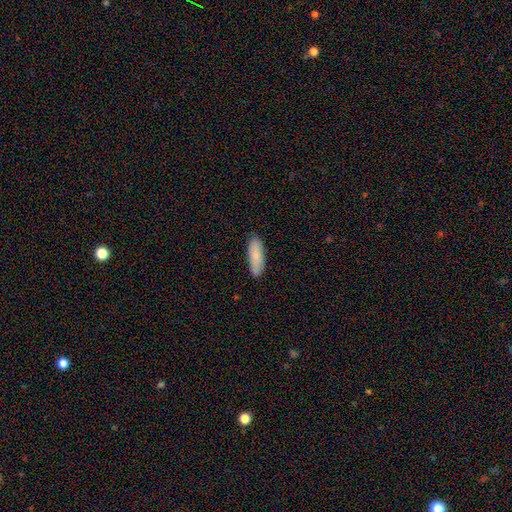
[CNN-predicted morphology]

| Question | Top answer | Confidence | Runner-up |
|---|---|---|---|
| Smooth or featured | smooth | 82% | featured or disk (13%) |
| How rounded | in between | 60% | cigar-shaped (38%) |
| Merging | none | 85% | minor disturbance (12%) |